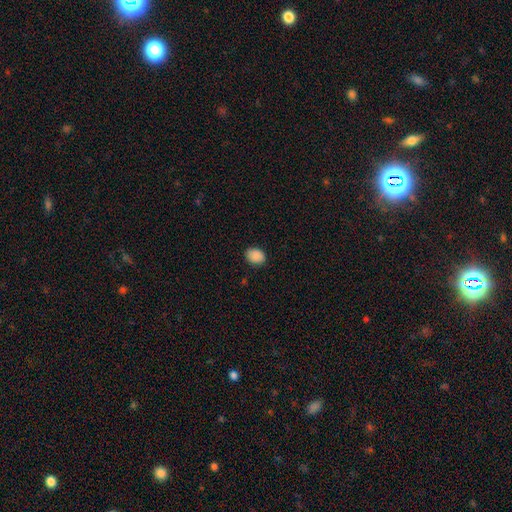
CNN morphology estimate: Smooth or featured? smooth (89%)
How rounded? in between (56%)
Merging? none (85%)